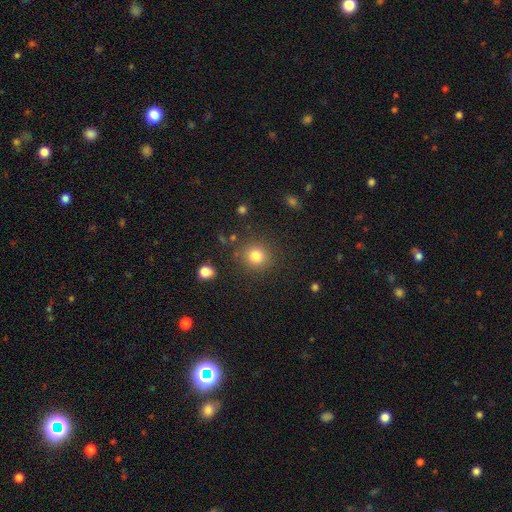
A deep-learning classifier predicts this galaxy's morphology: type=smooth (81%); roundness=round (90%); merging=none (86%).